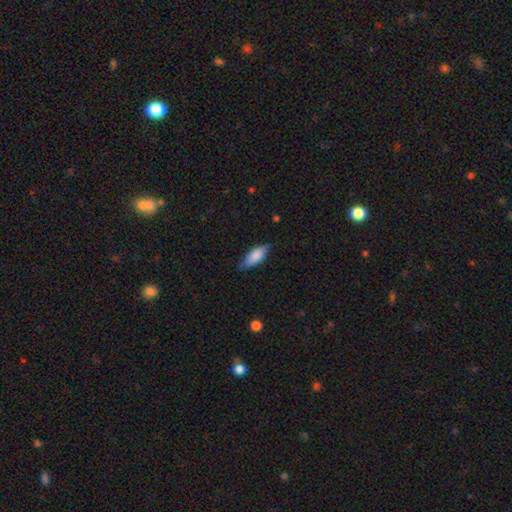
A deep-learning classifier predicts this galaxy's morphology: type=smooth (81%); roundness=in between (75%); merging=none (76%).